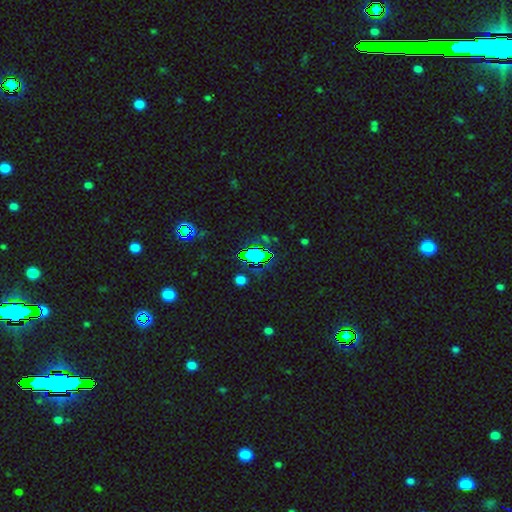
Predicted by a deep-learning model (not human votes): Smooth or featured? Predicted: star or artifact (p=0.66).